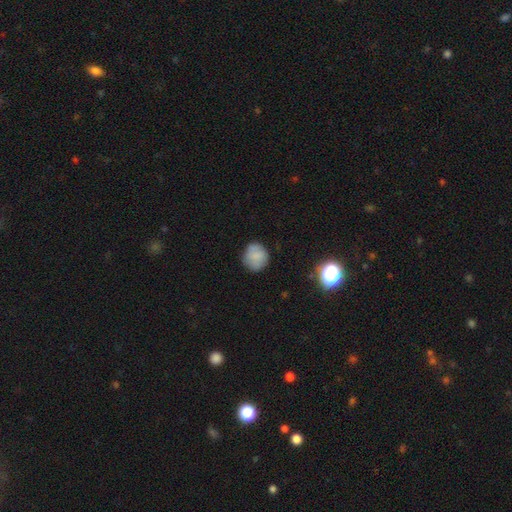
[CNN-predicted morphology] Smooth or featured: smooth — 80% (featured or disk — 12%)
How rounded: round — 81% (in between — 18%)
Merging: none — 77% (minor disturbance — 18%)